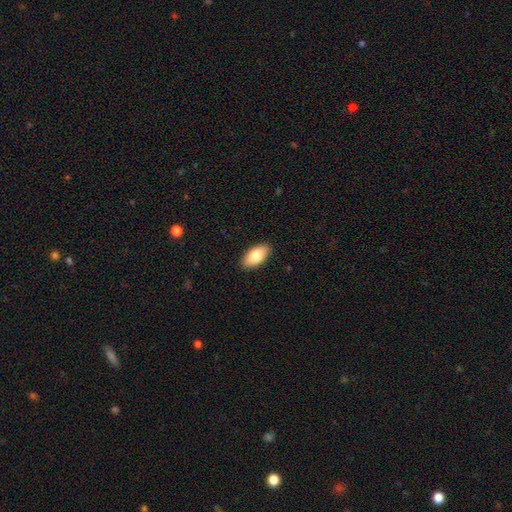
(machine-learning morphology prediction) Overall: smooth (80%). How rounded: in between (94%). Merging: none (89%).